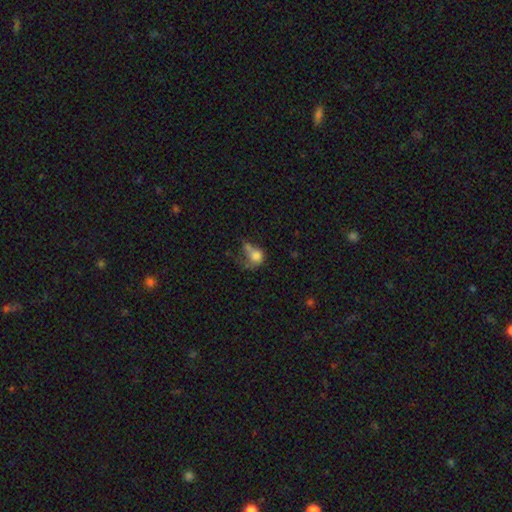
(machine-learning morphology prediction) smooth 67%, featured or disk 21%, star or artifact 12%. Down the decision tree: how rounded — in between (50%); merging — major disturbance (40%).